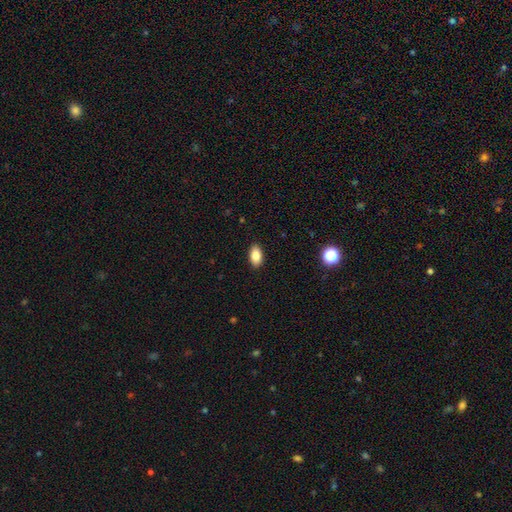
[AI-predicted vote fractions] Smooth or featured?
  - smooth: 85% *
  - star or artifact: 8%
  - featured or disk: 7%
How rounded?
  - in between: 92% *
  - round: 5%
  - cigar-shaped: 3%
Merging?
  - none: 89% *
  - minor disturbance: 8%
  - major disturbance: 2%
  - merger: 1%